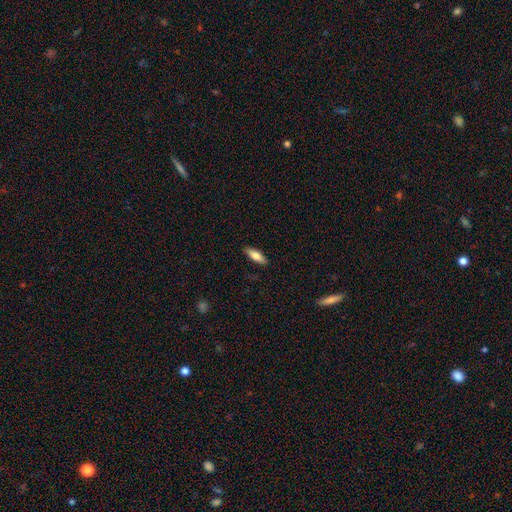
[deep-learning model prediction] smooth-or-featured: smooth: 74% | featured or disk: 20% | star or artifact: 6%
  how-rounded: in between: 56% | cigar-shaped: 42% | round: 2%
  merging: none: 89% | minor disturbance: 8% | major disturbance: 2% | merger: 1%